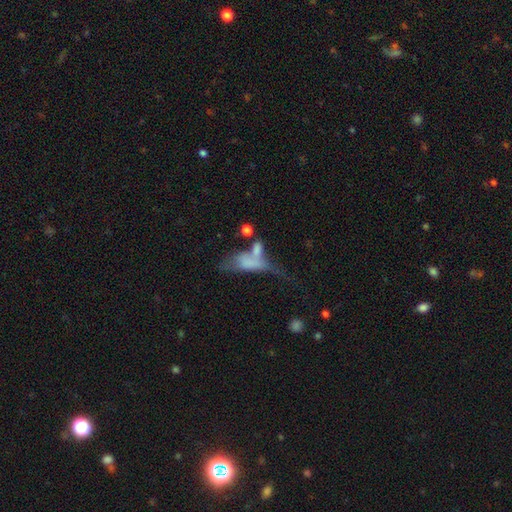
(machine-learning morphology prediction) Overall: smooth (55%; featured or disk 33%). How rounded: in between (62%; cigar-shaped 32%). Merging: merger (38%; major disturbance 25%).